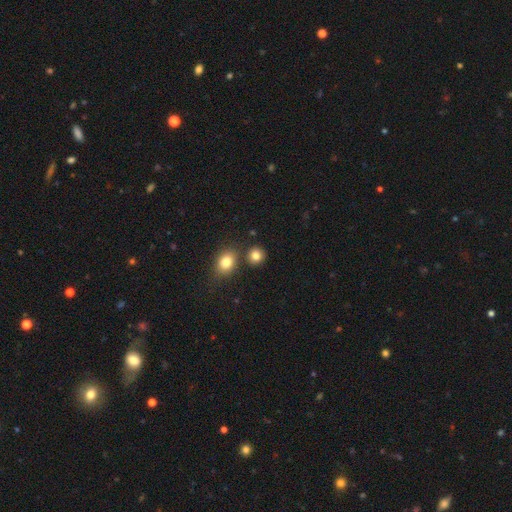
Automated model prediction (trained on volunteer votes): Smooth or featured? smooth (82%)
How rounded? round (82%)
Merging? none (76%)